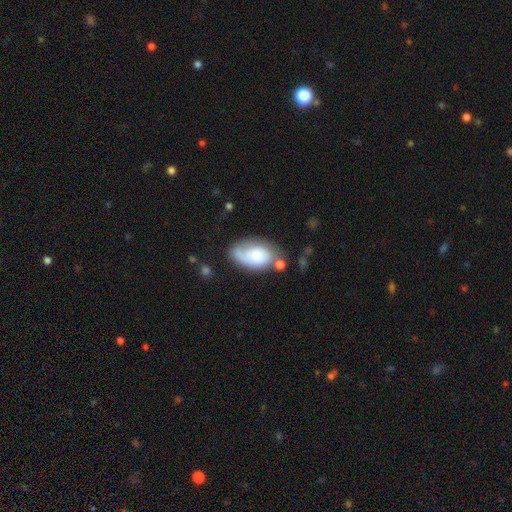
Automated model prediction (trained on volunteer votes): A smooth galaxy with no disk features (49%).

Vote fractions:
- Smooth or featured? smooth: 49% / featured or disk: 44% / star or artifact: 7%
- Merging? none: 45% / minor disturbance: 25% / major disturbance: 16% / merger: 13%